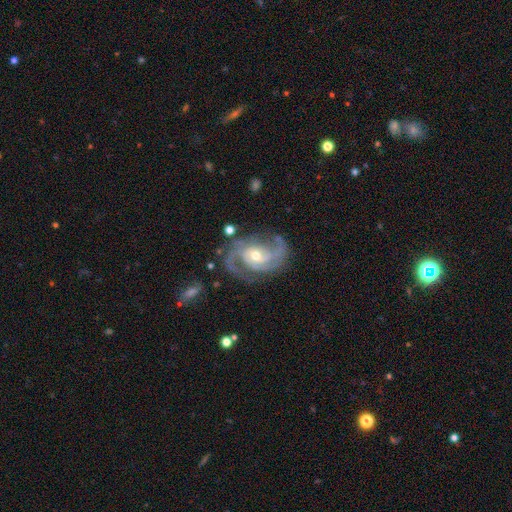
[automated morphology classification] Smooth or featured: featured or disk — 92% (star or artifact — 5%)
Edge-on disk: no — 97% (yes — 3%)
Bar: no — 57% (weak — 31%)
Spiral arms: yes — 98% (no — 2%)
Spiral winding: medium — 51% (tight — 39%)
Spiral arm count: 2 — 67% (3 — 19%)
Bulge size: moderate — 52% (small — 44%)
Merging: none — 72% (minor disturbance — 17%)